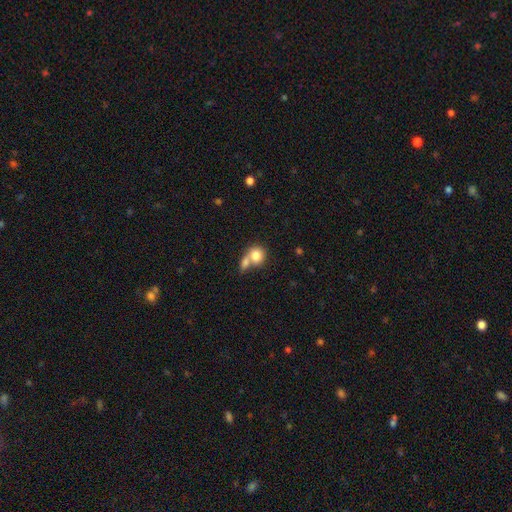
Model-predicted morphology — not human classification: A smooth galaxy with no disk features (80%) that is round (68%).

Vote fractions:
- Smooth or featured? smooth: 80% / featured or disk: 12% / star or artifact: 8%
- How rounded? round: 68% / in between: 31% / cigar-shaped: 1%
- Merging? merger: 58% / none: 29% / minor disturbance: 8% / major disturbance: 5%